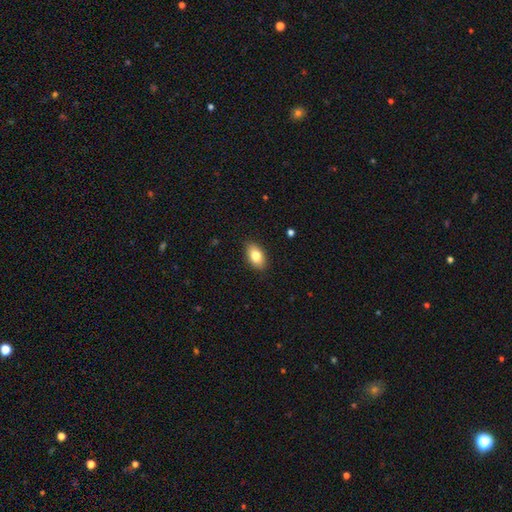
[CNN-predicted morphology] smooth-or-featured: smooth: 81% | featured or disk: 11% | star or artifact: 8%
  how-rounded: in between: 90% | round: 8% | cigar-shaped: 2%
  merging: none: 88% | minor disturbance: 9% | major disturbance: 2% | merger: 1%